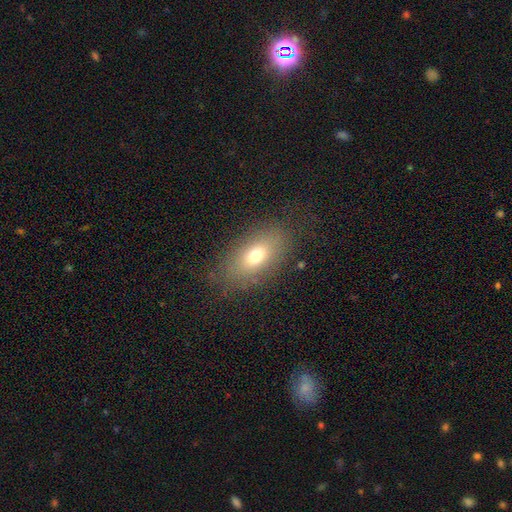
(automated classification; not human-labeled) Smooth or featured: smooth — 70% (featured or disk — 18%)
How rounded: in between — 84% (round — 10%)
Merging: none — 80% (minor disturbance — 12%)